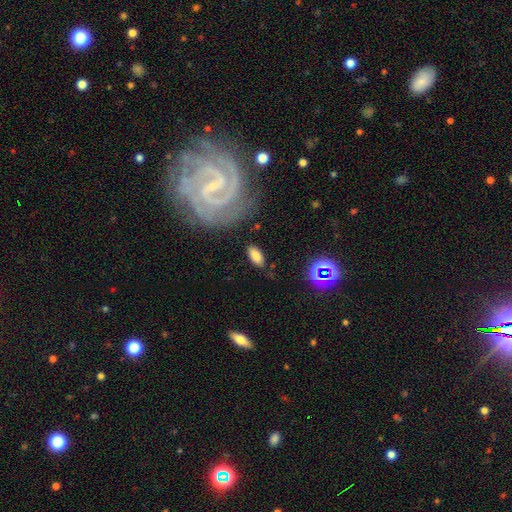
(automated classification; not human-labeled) smooth 77%, featured or disk 13%, star or artifact 10%. Down the decision tree: how rounded — in between (91%); merging — none (82%).